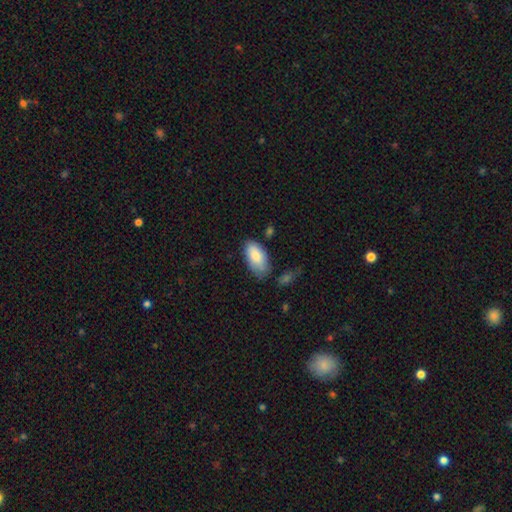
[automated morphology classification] smooth-or-featured: smooth: 83% | featured or disk: 11% | star or artifact: 6%
  how-rounded: in between: 94% | cigar-shaped: 4% | round: 3%
  merging: none: 66% | minor disturbance: 24% | major disturbance: 5% | merger: 5%